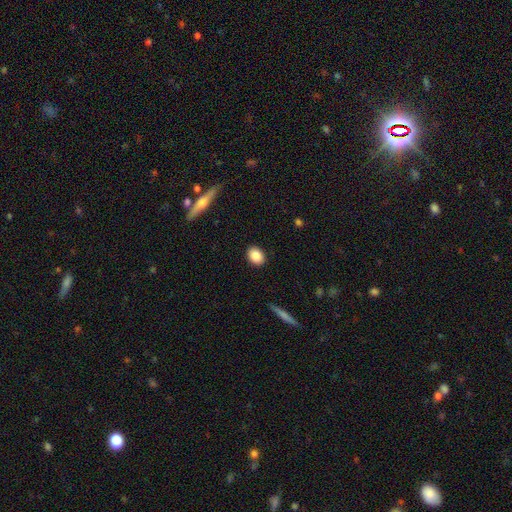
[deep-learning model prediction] Smooth or featured?
  - smooth: 86% *
  - star or artifact: 8%
  - featured or disk: 6%
How rounded?
  - in between: 61% *
  - round: 37%
  - cigar-shaped: 2%
Merging?
  - none: 90% *
  - minor disturbance: 7%
  - major disturbance: 2%
  - merger: 1%